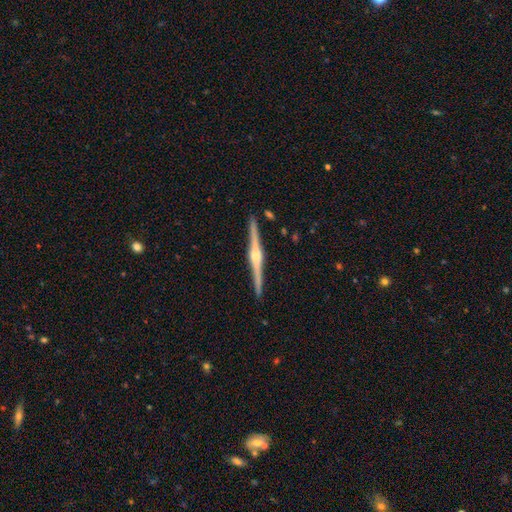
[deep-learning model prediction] Q: Smooth or featured?
A: featured or disk (89%); runner-up: smooth (7%)
Q: Edge-on disk?
A: yes (99%); runner-up: no (1%)
Q: Edge-on bulge?
A: rounded (87%); runner-up: boxy (9%)
Q: Merging?
A: none (93%); runner-up: minor disturbance (4%)